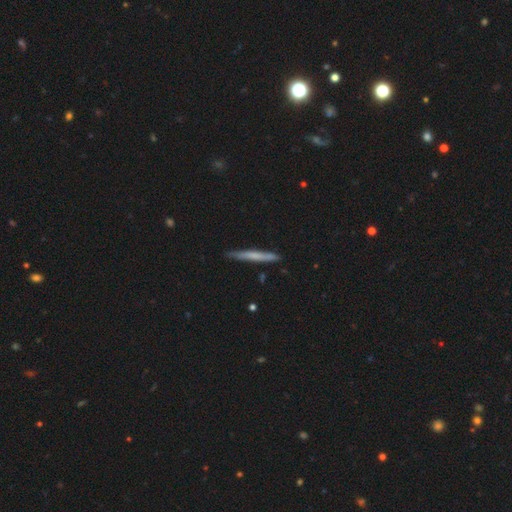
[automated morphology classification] Smooth or featured? smooth (56%)
How rounded? cigar-shaped (96%)
Merging? none (86%)